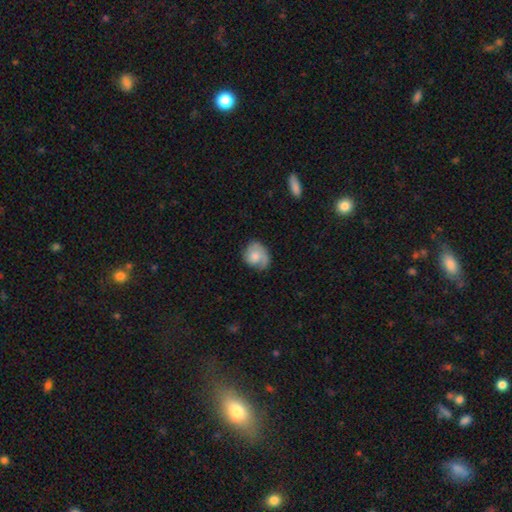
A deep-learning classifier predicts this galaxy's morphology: A smooth galaxy with no disk features (49%). Merging: none (57%).